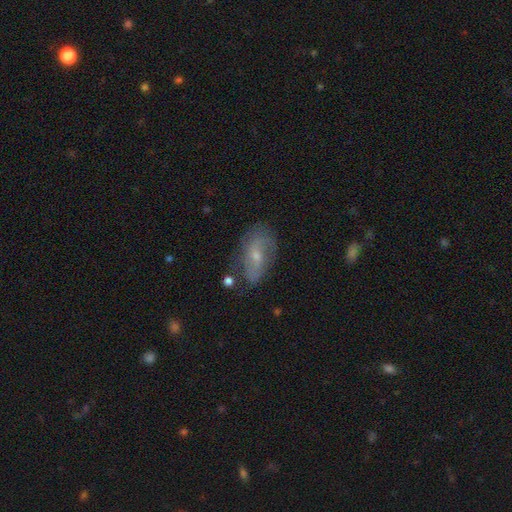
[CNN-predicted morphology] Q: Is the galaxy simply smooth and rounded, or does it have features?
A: featured or disk — 57%.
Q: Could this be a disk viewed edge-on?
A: no — 91%.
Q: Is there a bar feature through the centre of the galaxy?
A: no — 54%.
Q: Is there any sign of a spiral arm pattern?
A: yes — 72%.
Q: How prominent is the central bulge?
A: small — 62%.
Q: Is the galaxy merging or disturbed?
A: none — 66%.